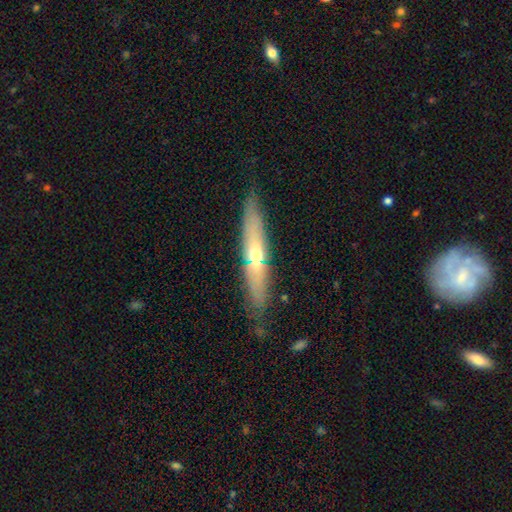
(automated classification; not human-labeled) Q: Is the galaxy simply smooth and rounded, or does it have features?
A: featured or disk — 51%.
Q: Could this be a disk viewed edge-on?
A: yes — 76%.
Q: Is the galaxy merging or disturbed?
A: none — 83%.